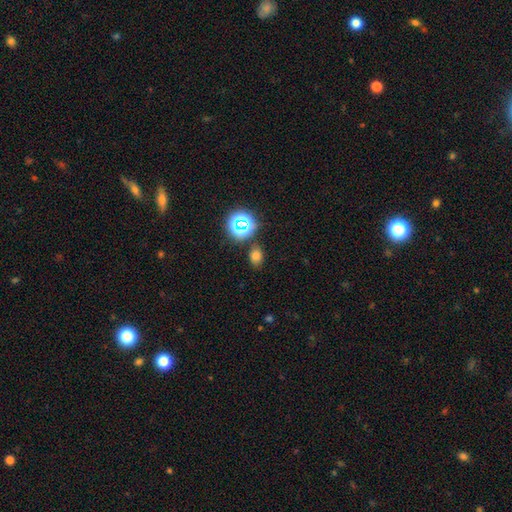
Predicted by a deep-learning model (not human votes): Overall: smooth (70%). How rounded: in between (62%; round 37%). Merging: none (80%).